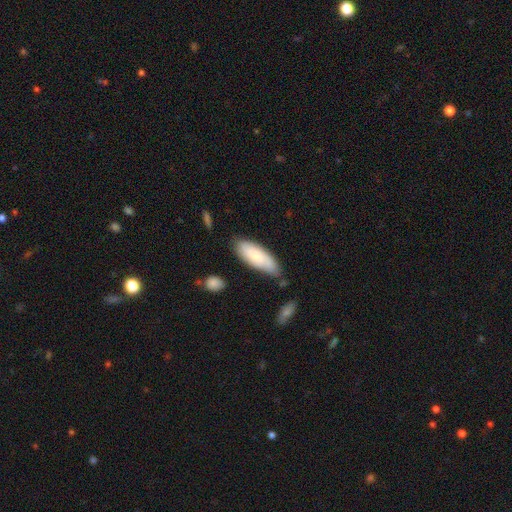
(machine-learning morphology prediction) Smooth or featured? Predicted: smooth (p=0.72). How rounded? Predicted: in between (p=0.68). Merging? Predicted: none (p=0.70).